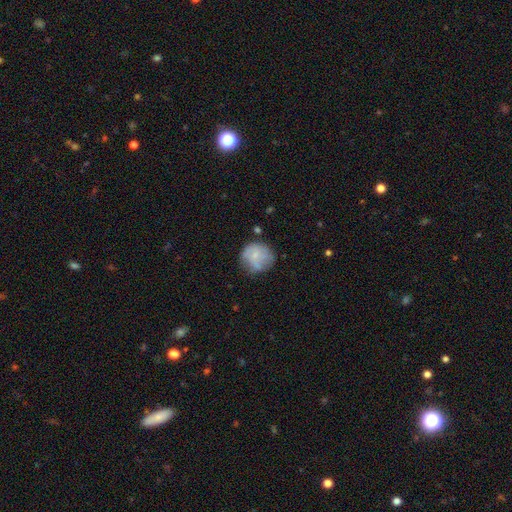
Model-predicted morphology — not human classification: This is possibly a smooth galaxy (56%). How rounded: clearly round (88%). Merging: likely none (60%).